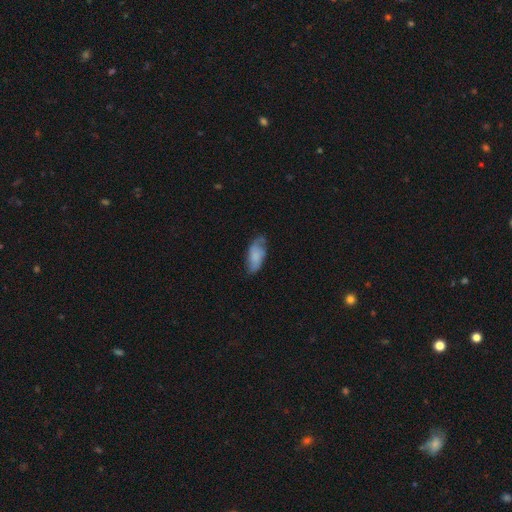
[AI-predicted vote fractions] This appears to be a smooth galaxy with no disk features (63%) that is in between round and cigar-shaped (88%). Merging: none (59%).